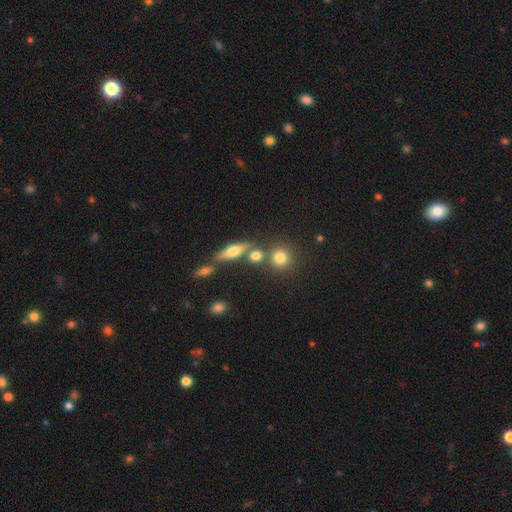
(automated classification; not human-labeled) smooth-or-featured: smooth: 71% | featured or disk: 16% | star or artifact: 13%
  how-rounded: round: 64% | in between: 25% | cigar-shaped: 12%
  merging: none: 66% | merger: 20% | minor disturbance: 10% | major disturbance: 4%